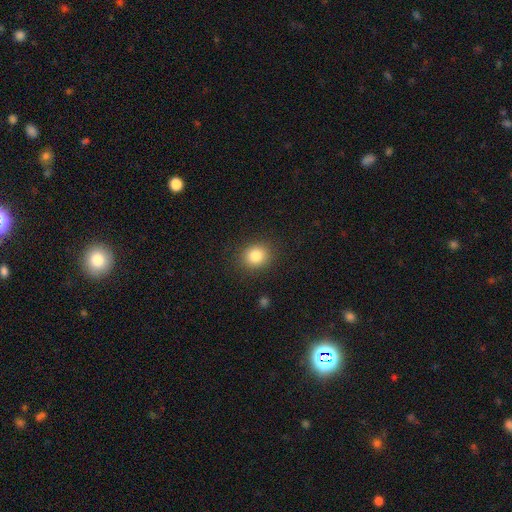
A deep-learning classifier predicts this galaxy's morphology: type=smooth (83%); roundness=round (75%); merging=none (89%).